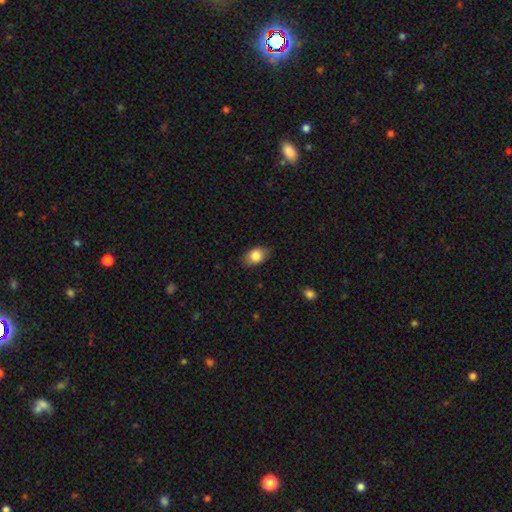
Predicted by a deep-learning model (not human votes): This is clearly a smooth galaxy (85%). How rounded: clearly in between (81%). Merging: clearly none (83%).